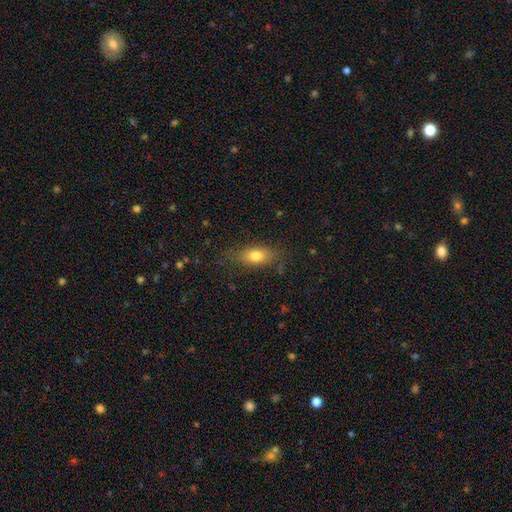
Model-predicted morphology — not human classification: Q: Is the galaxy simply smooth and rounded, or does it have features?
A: smooth — 77%.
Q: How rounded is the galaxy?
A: in between — 79%.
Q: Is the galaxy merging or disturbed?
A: none — 76%.